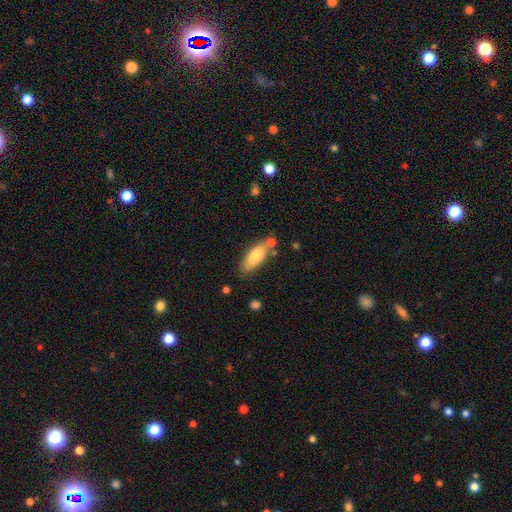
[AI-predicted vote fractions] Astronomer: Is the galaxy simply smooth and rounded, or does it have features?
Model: smooth — 77%.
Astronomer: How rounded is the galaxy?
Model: in between — 73%.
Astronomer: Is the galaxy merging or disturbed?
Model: none — 69%.